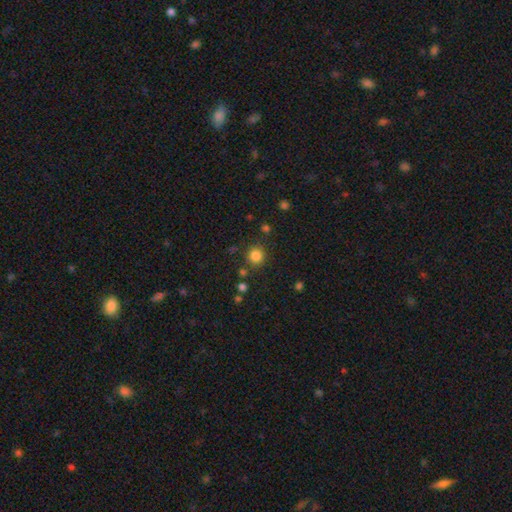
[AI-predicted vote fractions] Q: Smooth or featured?
A: smooth (83%); runner-up: star or artifact (13%)
Q: How rounded?
A: round (90%); runner-up: in between (9%)
Q: Merging?
A: none (84%); runner-up: minor disturbance (8%)